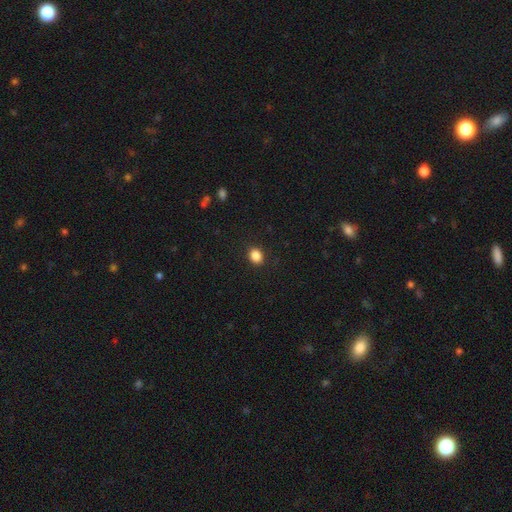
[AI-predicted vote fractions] Smooth or featured? Predicted: smooth (p=0.87). How rounded? Predicted: in between (p=0.50). Merging? Predicted: none (p=0.90).